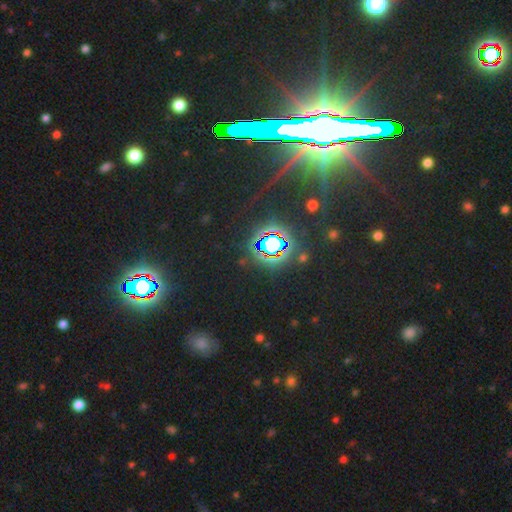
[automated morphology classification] Smooth or featured: star or artifact — 84% (featured or disk — 8%)